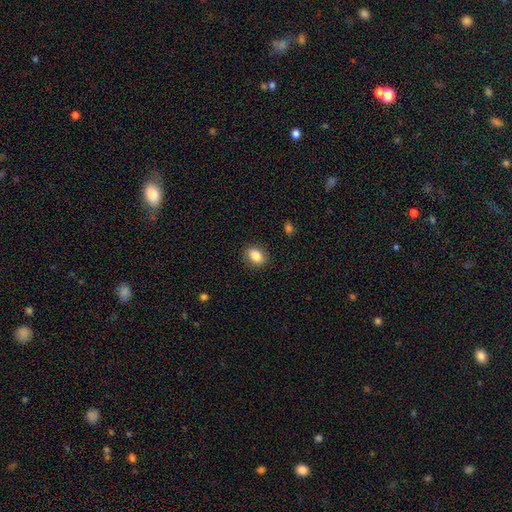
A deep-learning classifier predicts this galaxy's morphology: Smooth or featured? Predicted: smooth (p=0.85). How rounded? Predicted: in between (p=0.69). Merging? Predicted: none (p=0.87).